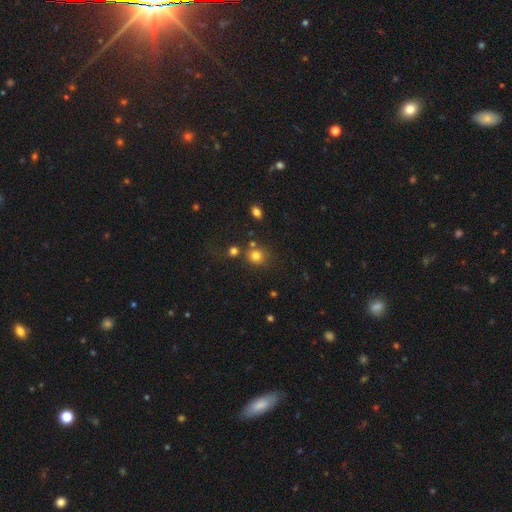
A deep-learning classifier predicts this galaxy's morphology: smooth 79%, star or artifact 14%, featured or disk 7%. Down the decision tree: how rounded — round (84%); merging — none (68%).